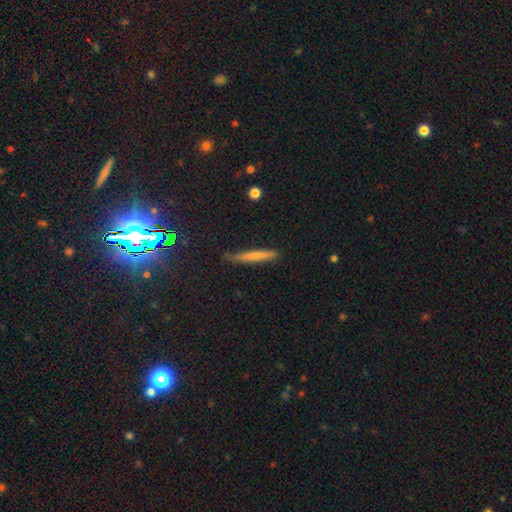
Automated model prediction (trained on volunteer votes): Q: Smooth or featured?
A: smooth (66%); runner-up: featured or disk (25%)
Q: How rounded?
A: cigar-shaped (94%); runner-up: in between (5%)
Q: Merging?
A: none (75%); runner-up: minor disturbance (19%)